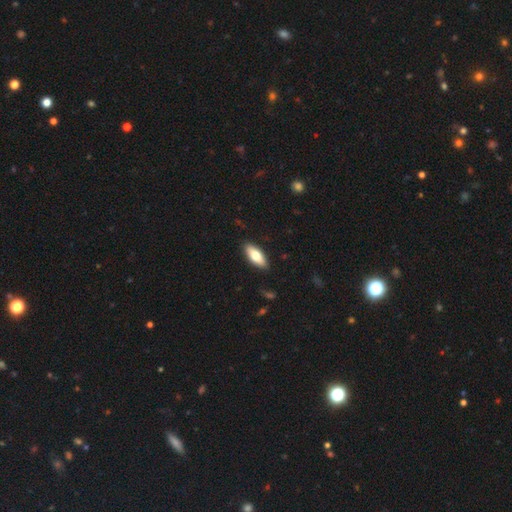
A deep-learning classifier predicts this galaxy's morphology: Smooth or featured: smooth — 72% (featured or disk — 22%)
How rounded: in between — 77% (cigar-shaped — 21%)
Merging: none — 88% (minor disturbance — 9%)